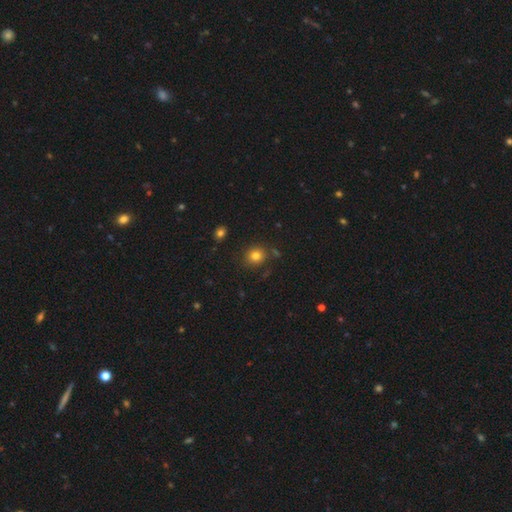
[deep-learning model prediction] Smooth or featured: smooth — 80% (star or artifact — 13%)
How rounded: round — 81% (in between — 18%)
Merging: none — 82% (minor disturbance — 10%)